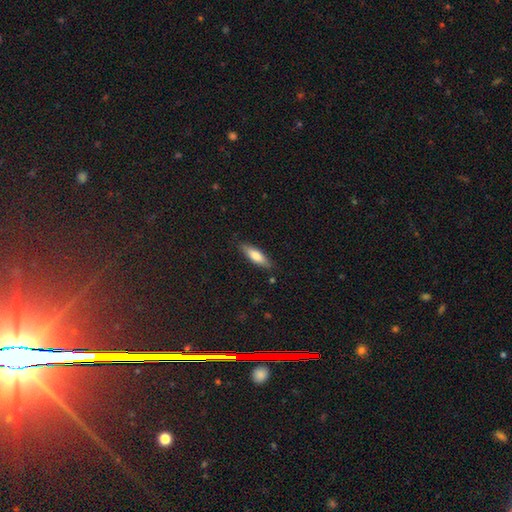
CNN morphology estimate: Overall: smooth (73%). How rounded: cigar-shaped (55%; in between 43%). Merging: none (84%).